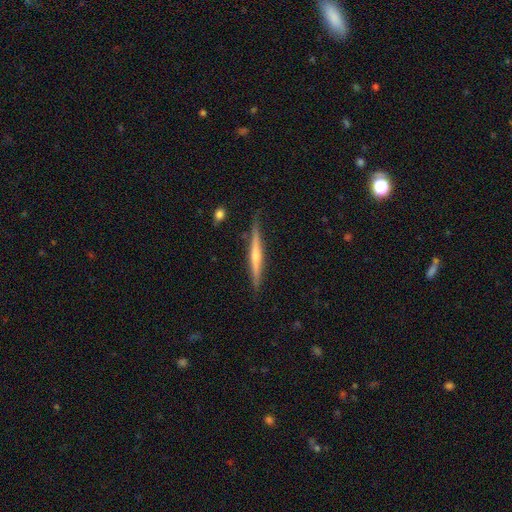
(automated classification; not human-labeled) This is likely a featured or disk galaxy (73%). It is clearly viewed edge-on (98%). Edge-on bulge: likely rounded (77%). Merging: clearly none (89%).